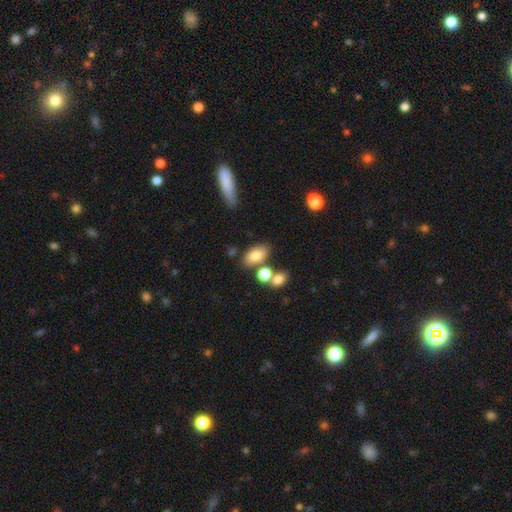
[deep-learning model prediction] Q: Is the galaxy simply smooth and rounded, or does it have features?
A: smooth — 78%.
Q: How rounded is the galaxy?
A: in between — 88%.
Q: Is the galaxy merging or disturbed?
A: none — 66%.